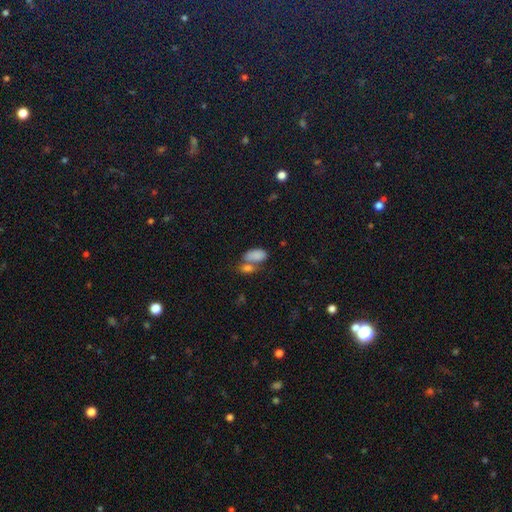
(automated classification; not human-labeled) smooth_or_featured: smooth (p=0.82) [alt: featured or disk p=0.09]
how_rounded: in between (p=0.93) [alt: round p=0.04]
merging: merger (p=0.51) [alt: none p=0.31]